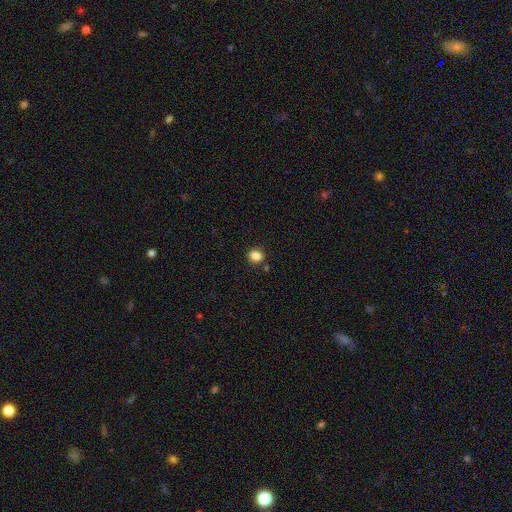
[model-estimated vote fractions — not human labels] Q: Smooth or featured?
A: smooth (84%); runner-up: star or artifact (11%)
Q: How rounded?
A: round (68%); runner-up: in between (31%)
Q: Merging?
A: none (83%); runner-up: minor disturbance (10%)